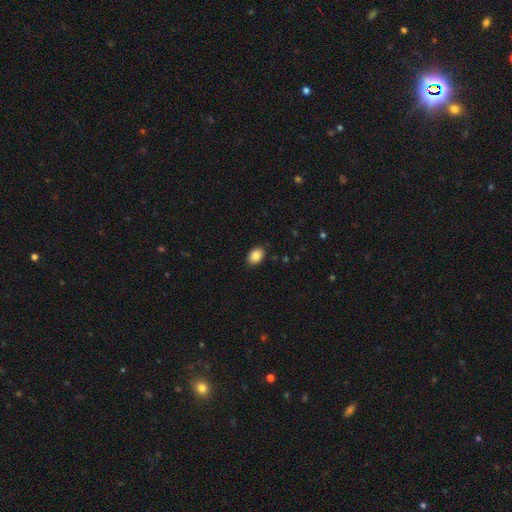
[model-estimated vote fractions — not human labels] A smooth galaxy with no disk features (87%) that is in between round and cigar-shaped (82%). Merging: none (89%).